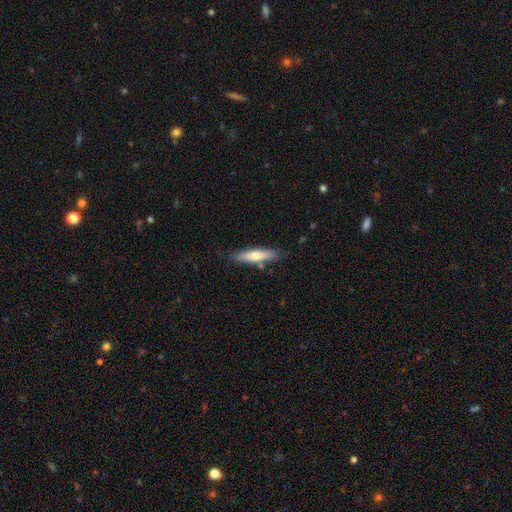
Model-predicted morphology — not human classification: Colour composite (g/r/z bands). It shows a smooth galaxy with no disk features (55%) that is cigar-shaped (77%). Merging: none (79%).